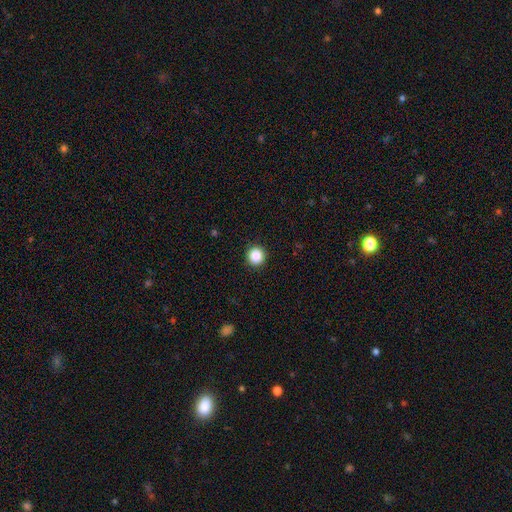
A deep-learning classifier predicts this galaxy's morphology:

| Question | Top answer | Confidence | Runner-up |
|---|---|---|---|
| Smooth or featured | smooth | 87% | star or artifact (10%) |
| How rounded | round | 93% | in between (6%) |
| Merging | none | 92% | minor disturbance (5%) |